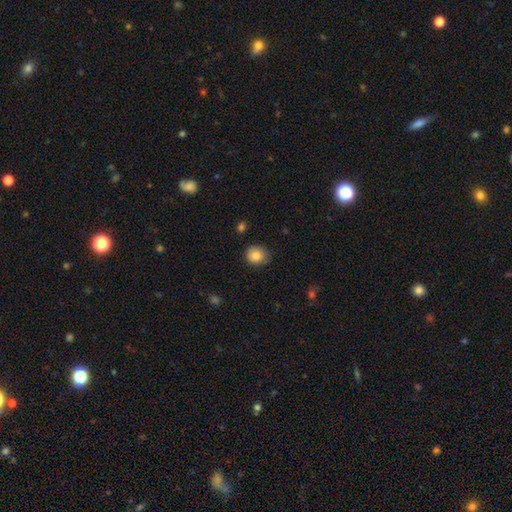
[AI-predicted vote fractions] smooth_or_featured: smooth (p=0.85) [alt: star or artifact p=0.09]
how_rounded: round (p=0.81) [alt: in between p=0.18]
merging: none (p=0.80) [alt: minor disturbance p=0.16]